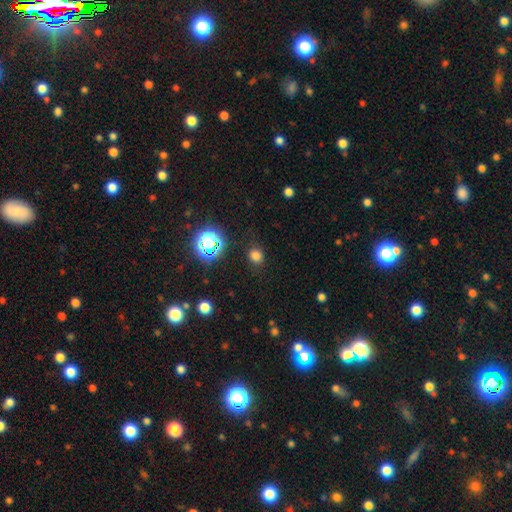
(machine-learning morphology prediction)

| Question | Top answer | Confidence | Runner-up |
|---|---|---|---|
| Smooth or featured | smooth | 74% | star or artifact (21%) |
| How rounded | round | 71% | in between (28%) |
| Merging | none | 85% | minor disturbance (10%) |